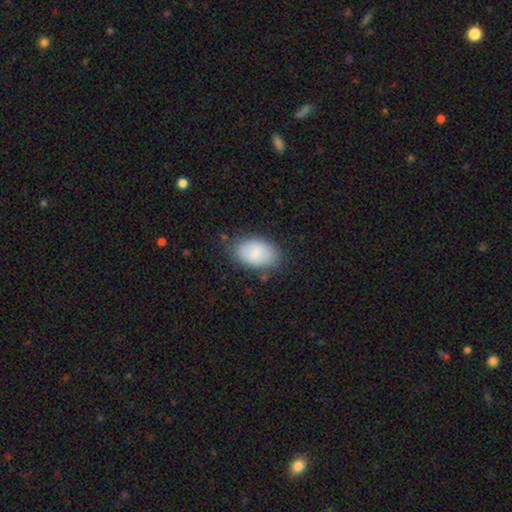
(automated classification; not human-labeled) Smooth or featured? smooth (81%)
How rounded? in between (90%)
Merging? none (75%)